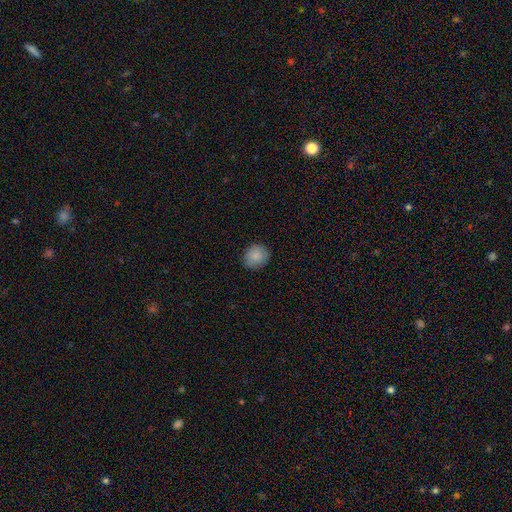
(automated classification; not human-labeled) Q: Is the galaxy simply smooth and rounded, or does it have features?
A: smooth — 87%.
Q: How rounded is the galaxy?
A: round — 73%.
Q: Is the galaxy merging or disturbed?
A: none — 87%.